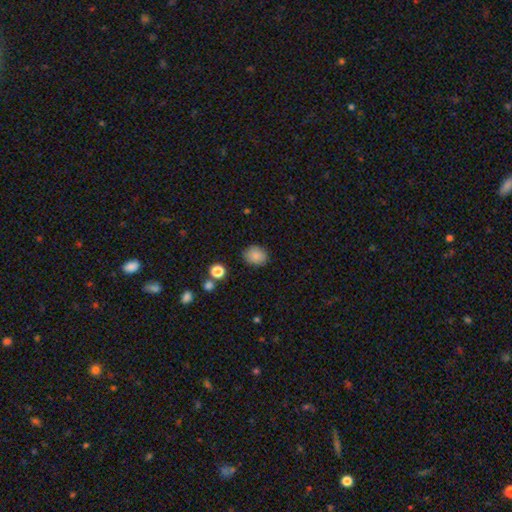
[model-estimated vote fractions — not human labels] The model was most divided on "how rounded": round: 54%, in between: 45%, cigar-shaped: 1%. More confident: smooth or featured — smooth (86%); merging — none (86%).